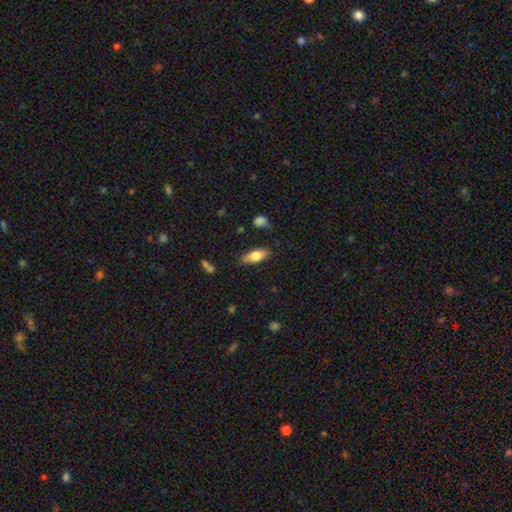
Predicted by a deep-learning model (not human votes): Overall: smooth (70%). How rounded: in between (76%). Merging: none (81%).